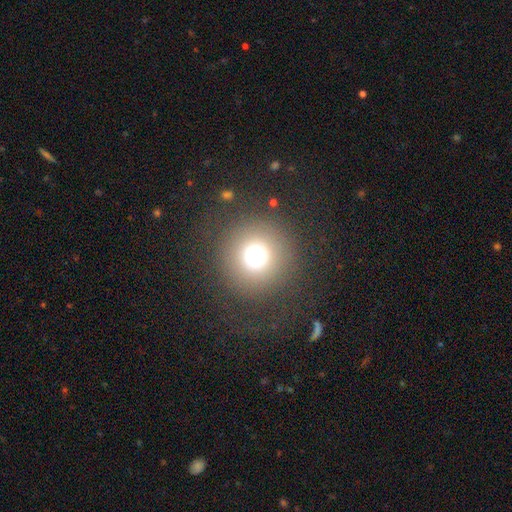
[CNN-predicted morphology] type=smooth (74%); roundness=round (96%); merging=none (82%).